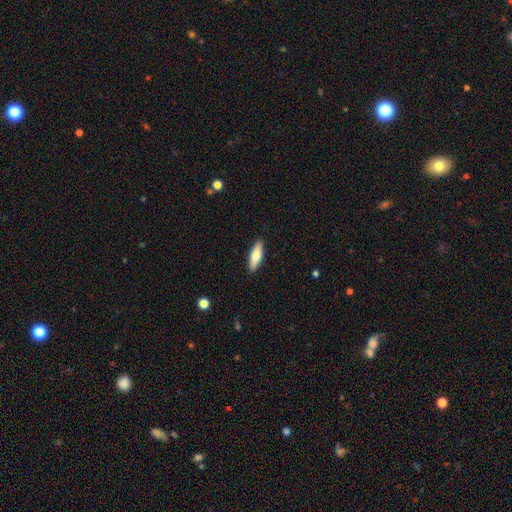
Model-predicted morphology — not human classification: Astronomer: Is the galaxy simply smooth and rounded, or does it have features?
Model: smooth — 71%.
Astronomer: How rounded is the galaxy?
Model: in between — 51% (runner-up: cigar-shaped, 47%).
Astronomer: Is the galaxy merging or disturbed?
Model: none — 89%.